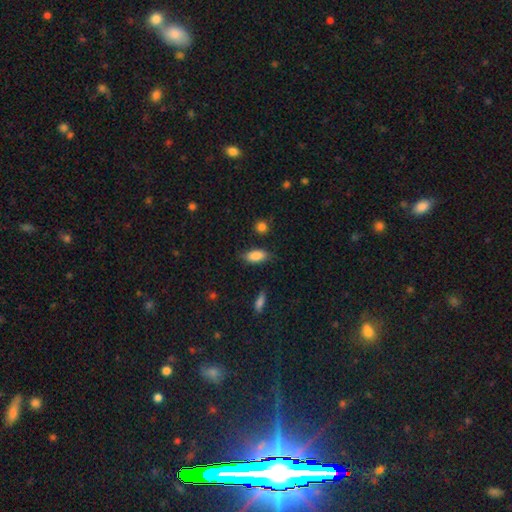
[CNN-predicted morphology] This is clearly a smooth galaxy (86%). How rounded: clearly in between (85%). Merging: likely none (75%).